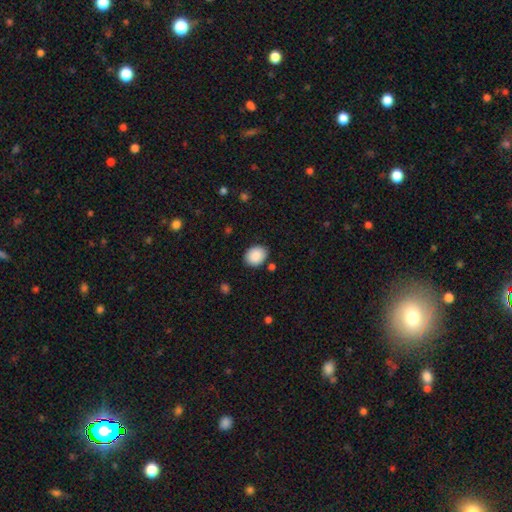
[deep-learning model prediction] Q: Smooth or featured?
A: smooth (88%); runner-up: star or artifact (7%)
Q: How rounded?
A: in between (55%); runner-up: round (44%)
Q: Merging?
A: none (83%); runner-up: minor disturbance (11%)